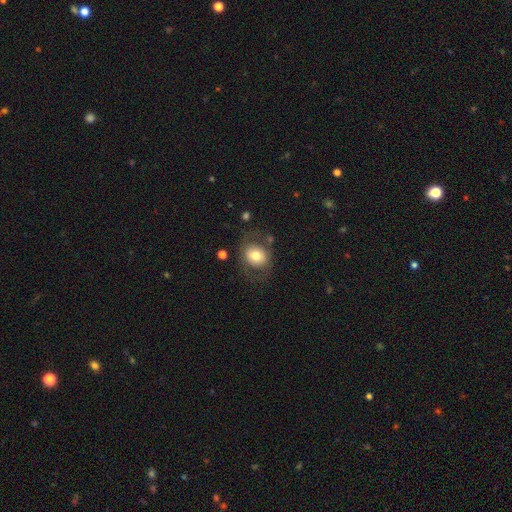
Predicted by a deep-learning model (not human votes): A smooth galaxy with no disk features (68%) that is round (64%).

Vote fractions:
- Smooth or featured? smooth: 68% / featured or disk: 23% / star or artifact: 8%
- How rounded? round: 64% / in between: 36% / cigar-shaped: 1%
- Merging? none: 68% / minor disturbance: 17% / major disturbance: 13% / merger: 3%